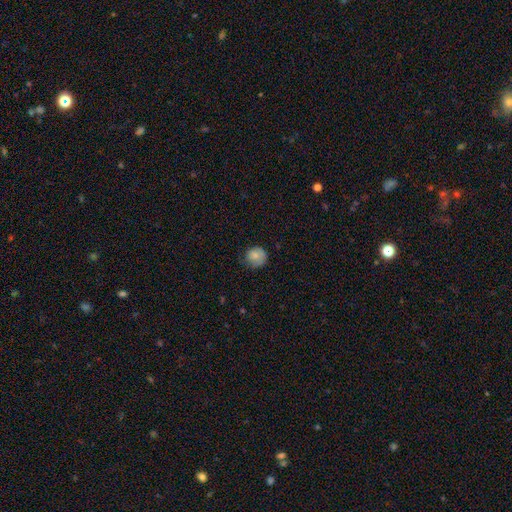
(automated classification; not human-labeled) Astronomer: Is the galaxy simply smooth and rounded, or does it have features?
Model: smooth — 79%.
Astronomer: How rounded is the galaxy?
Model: round — 82%.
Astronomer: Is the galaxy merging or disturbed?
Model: none — 63%.